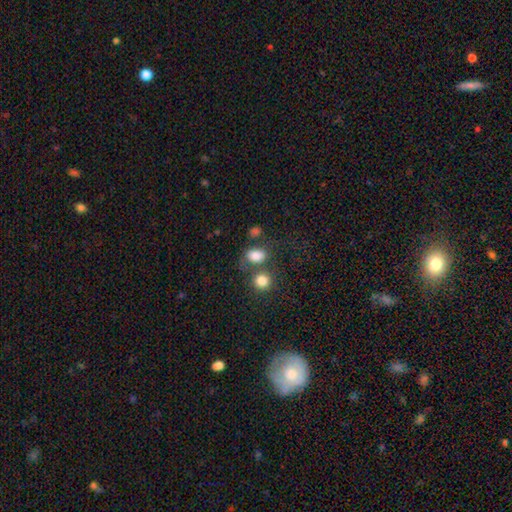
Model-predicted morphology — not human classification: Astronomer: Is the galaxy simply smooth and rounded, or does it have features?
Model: smooth — 82%.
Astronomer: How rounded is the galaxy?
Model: in between — 71%.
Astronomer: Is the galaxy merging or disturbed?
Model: none — 51% (runner-up: merger, 28%).